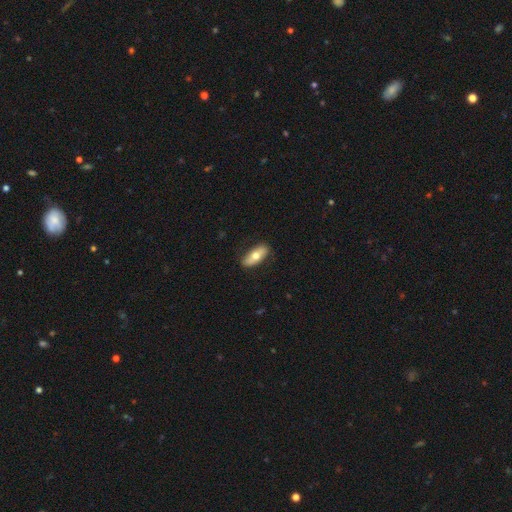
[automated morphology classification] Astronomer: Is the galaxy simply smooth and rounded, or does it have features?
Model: smooth — 66%.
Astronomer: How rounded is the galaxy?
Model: in between — 78%.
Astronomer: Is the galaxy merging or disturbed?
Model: none — 84%.